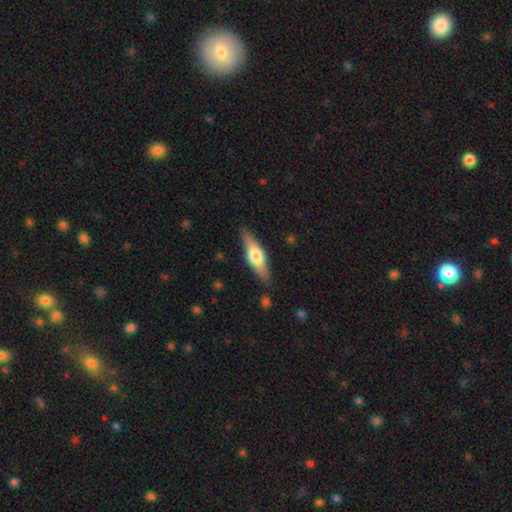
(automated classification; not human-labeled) Morphology: type=featured or disk (50%); merging=none (85%).